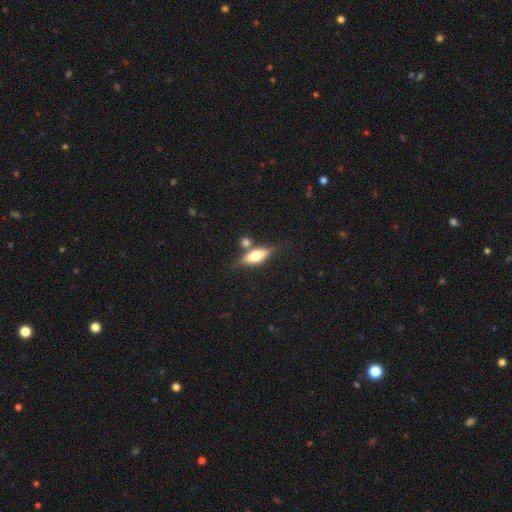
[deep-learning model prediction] smooth_or_featured: smooth (p=0.51) [alt: featured or disk p=0.41]
how_rounded: in between (p=0.62) [alt: cigar-shaped p=0.33]
merging: none (p=0.65) [alt: merger p=0.15]